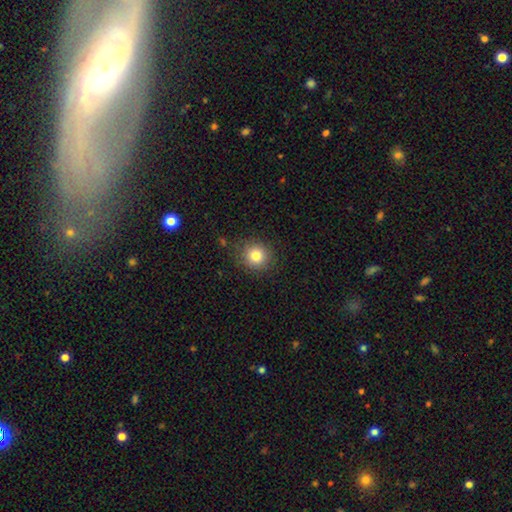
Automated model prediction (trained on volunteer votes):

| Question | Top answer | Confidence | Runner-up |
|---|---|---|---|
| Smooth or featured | smooth | 82% | star or artifact (11%) |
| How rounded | round | 89% | in between (10%) |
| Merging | none | 86% | minor disturbance (9%) |